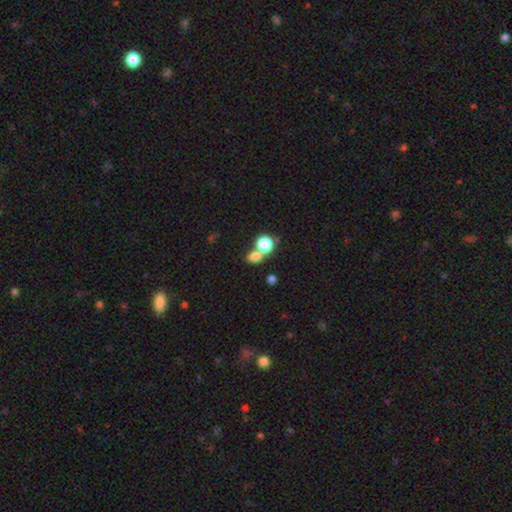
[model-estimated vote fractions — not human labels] smooth-or-featured: smooth: 75% | star or artifact: 16% | featured or disk: 9%
  how-rounded: round: 55% | in between: 44% | cigar-shaped: 2%
  merging: merger: 44% | none: 43% | minor disturbance: 8% | major disturbance: 4%